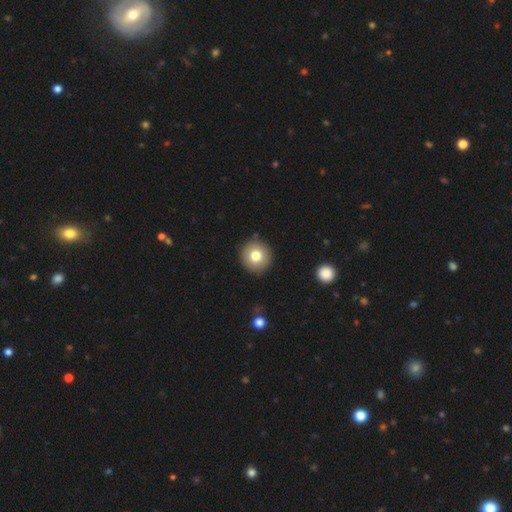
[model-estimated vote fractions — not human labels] The model was most divided on "smooth or featured": smooth: 77%, featured or disk: 14%, star or artifact: 10%. More confident: how rounded — round (95%); merging — none (89%).